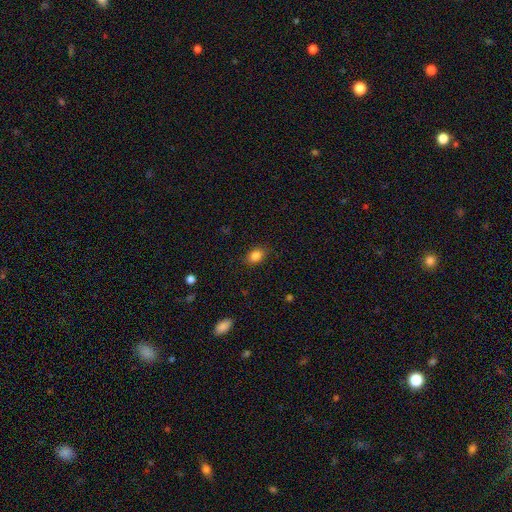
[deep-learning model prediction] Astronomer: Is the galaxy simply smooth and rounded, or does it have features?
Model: smooth — 86%.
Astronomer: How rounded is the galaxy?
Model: in between — 73%.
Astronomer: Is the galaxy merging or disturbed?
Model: none — 86%.